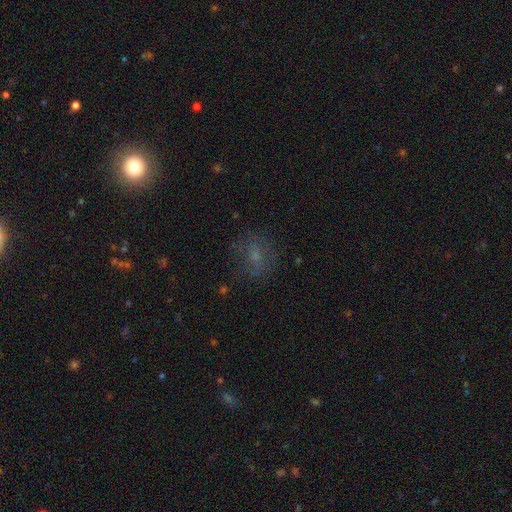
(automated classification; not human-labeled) smooth 51%, featured or disk 26%, star or artifact 23%. Down the decision tree: how rounded — round (64%); merging — none (66%).